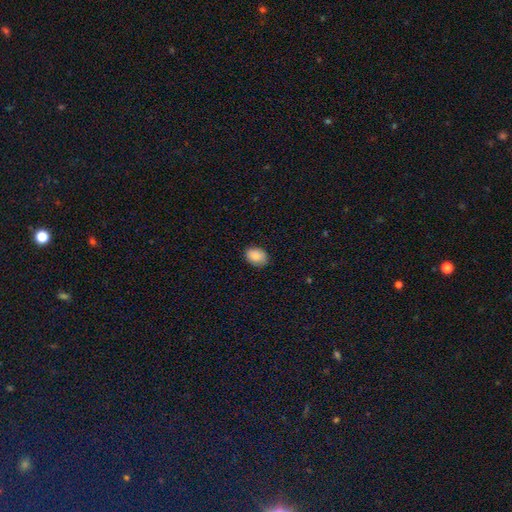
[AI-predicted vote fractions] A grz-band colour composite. It shows a smooth galaxy with no disk features (89%) that is in between round and cigar-shaped (76%). Merging: none (84%).